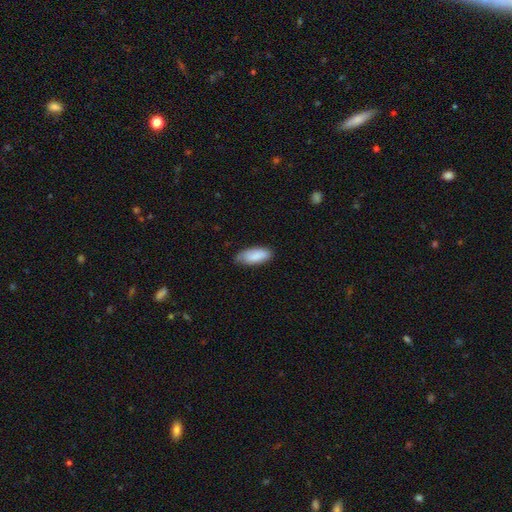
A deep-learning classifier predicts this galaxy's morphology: This is clearly a smooth galaxy (87%). How rounded: clearly in between (83%). Merging: likely none (73%).